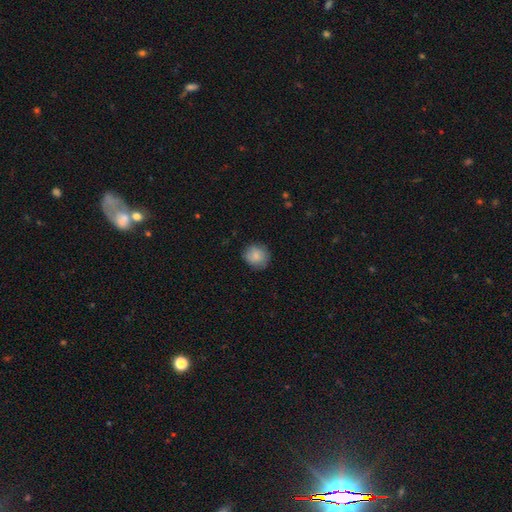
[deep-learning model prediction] A smooth galaxy with no disk features (85%) that is round (84%).

Vote fractions:
- Smooth or featured? smooth: 85% / star or artifact: 8% / featured or disk: 7%
- How rounded? round: 84% / in between: 15% / cigar-shaped: 1%
- Merging? none: 82% / minor disturbance: 14% / major disturbance: 3% / merger: 1%